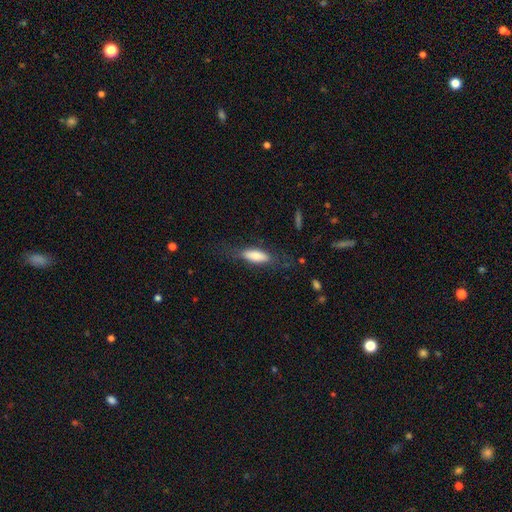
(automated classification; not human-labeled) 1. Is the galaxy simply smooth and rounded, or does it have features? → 75% smooth, 19% featured or disk, 6% star or artifact.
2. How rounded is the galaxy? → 59% in between, 39% cigar-shaped, 2% round.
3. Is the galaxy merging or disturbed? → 66% none, 20% minor disturbance, 12% major disturbance, 2% merger.